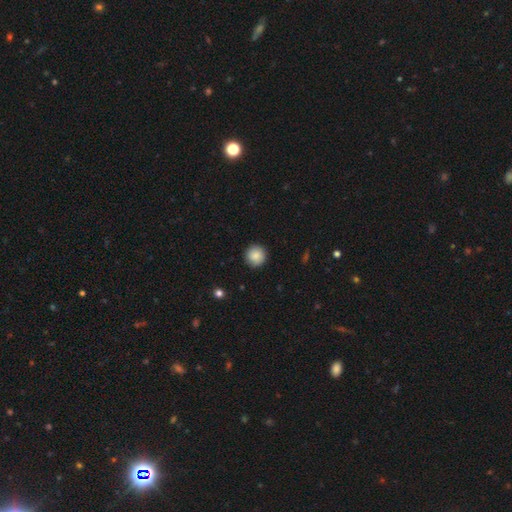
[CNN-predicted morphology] Smooth or featured? smooth (88%)
How rounded? round (95%)
Merging? none (91%)